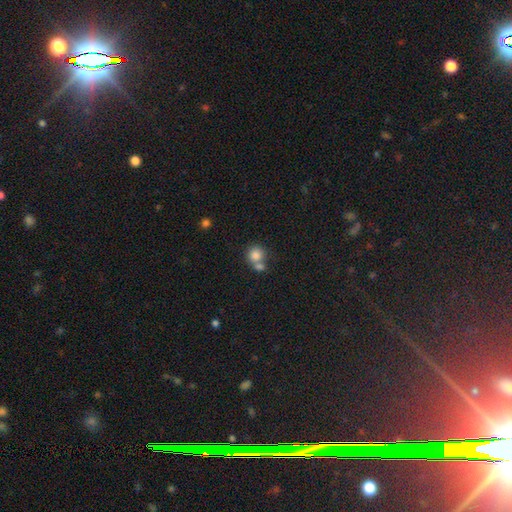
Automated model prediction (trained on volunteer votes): smooth_or_featured: smooth (p=0.82) [alt: star or artifact p=0.10]
how_rounded: round (p=0.86) [alt: in between p=0.13]
merging: none (p=0.44) [tied with: merger p=0.44]